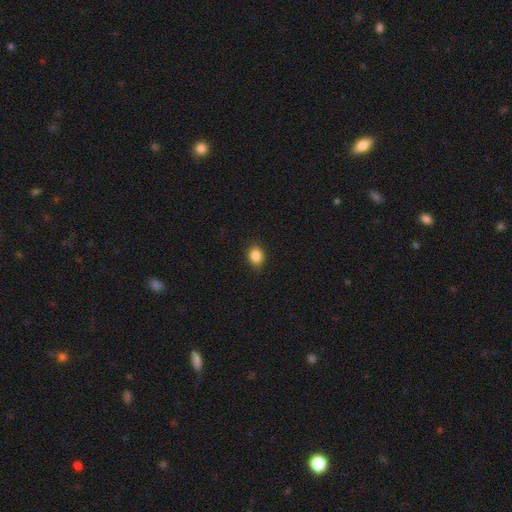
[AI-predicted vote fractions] The model was most divided on "how rounded": in between: 51%, round: 48%, cigar-shaped: 1%. More confident: merging — none (87%); smooth or featured — smooth (86%).